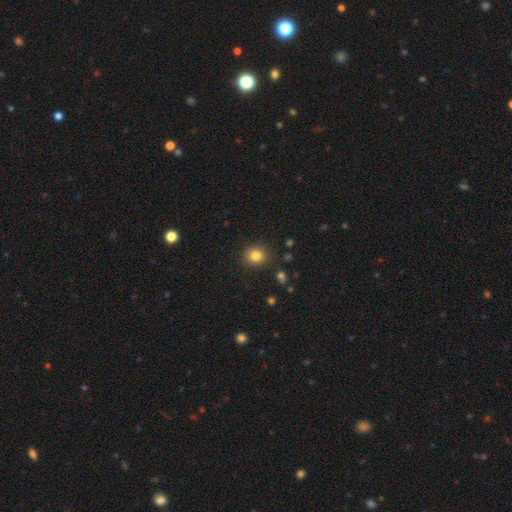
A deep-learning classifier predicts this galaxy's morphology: smooth-or-featured: smooth: 82% | star or artifact: 12% | featured or disk: 6%
  how-rounded: round: 83% | in between: 16% | cigar-shaped: 1%
  merging: none: 88% | minor disturbance: 8% | major disturbance: 2% | merger: 2%